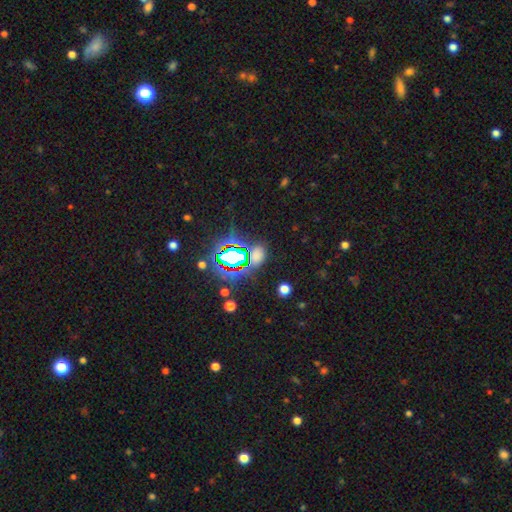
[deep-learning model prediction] Morphology: type=star or artifact (57%).